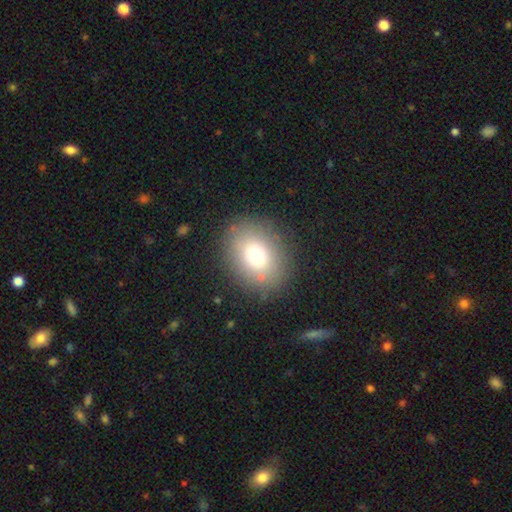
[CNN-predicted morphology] This appears to be a smooth galaxy with no disk features (73%) that is in between round and cigar-shaped (53%). Merging: none (84%).